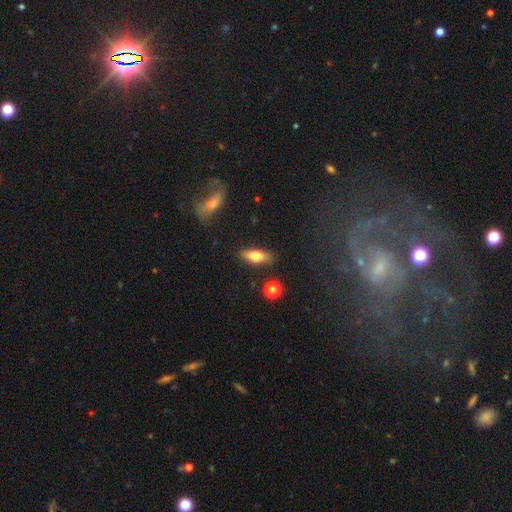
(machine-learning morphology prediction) smooth-or-featured: smooth: 70% | featured or disk: 22% | star or artifact: 7%
  how-rounded: in between: 65% | cigar-shaped: 32% | round: 3%
  merging: none: 84% | minor disturbance: 11% | major disturbance: 3% | merger: 3%